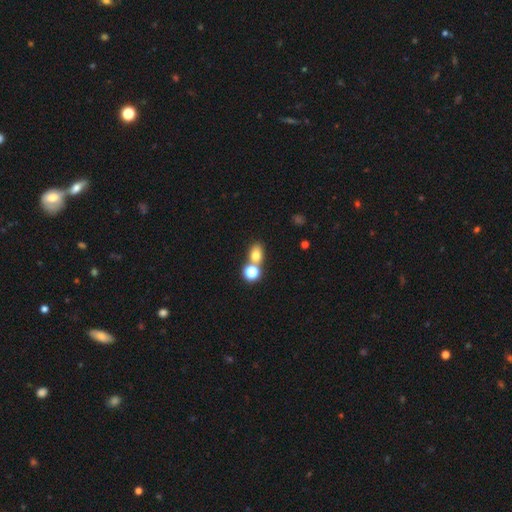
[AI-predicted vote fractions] smooth-or-featured: smooth: 74% | star or artifact: 16% | featured or disk: 10%
  how-rounded: in between: 59% | round: 39% | cigar-shaped: 2%
  merging: none: 53% | merger: 33% | minor disturbance: 10% | major disturbance: 4%